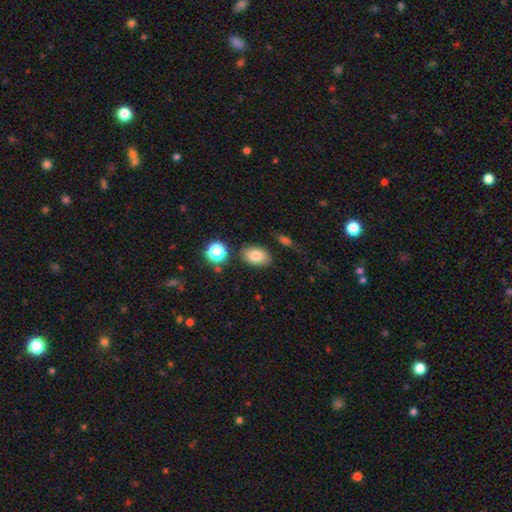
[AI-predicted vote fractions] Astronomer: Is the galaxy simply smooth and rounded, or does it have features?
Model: smooth — 81%.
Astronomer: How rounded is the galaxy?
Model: in between — 86%.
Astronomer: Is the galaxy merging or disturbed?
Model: none — 80%.